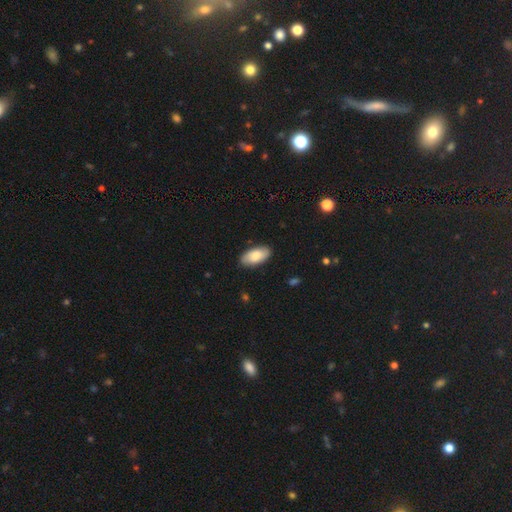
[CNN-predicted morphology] This is clearly a smooth galaxy (82%). How rounded: clearly in between (93%). Merging: clearly none (88%).